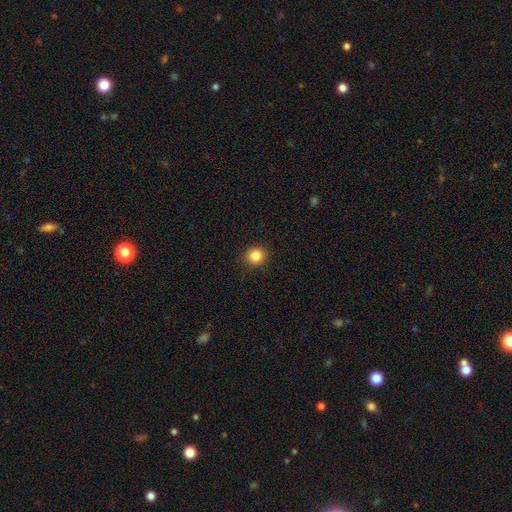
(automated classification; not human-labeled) Q: Smooth or featured?
A: smooth (85%); runner-up: star or artifact (11%)
Q: How rounded?
A: round (90%); runner-up: in between (9%)
Q: Merging?
A: none (91%); runner-up: minor disturbance (6%)